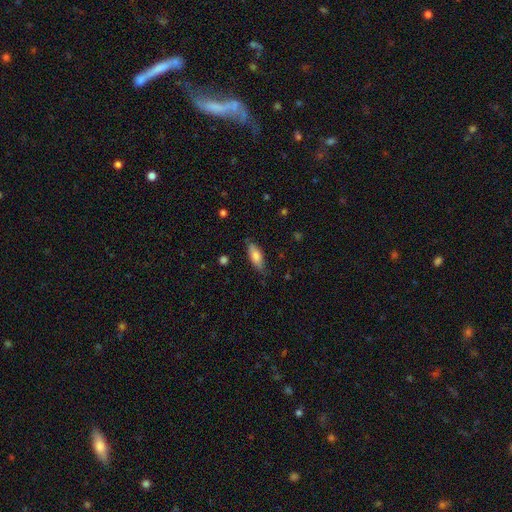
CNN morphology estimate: A smooth galaxy with no disk features (74%) that is in between round and cigar-shaped (70%).

Vote fractions:
- Smooth or featured? smooth: 74% / featured or disk: 19% / star or artifact: 7%
- How rounded? in between: 70% / cigar-shaped: 28% / round: 2%
- Merging? none: 76% / minor disturbance: 19% / major disturbance: 4% / merger: 1%